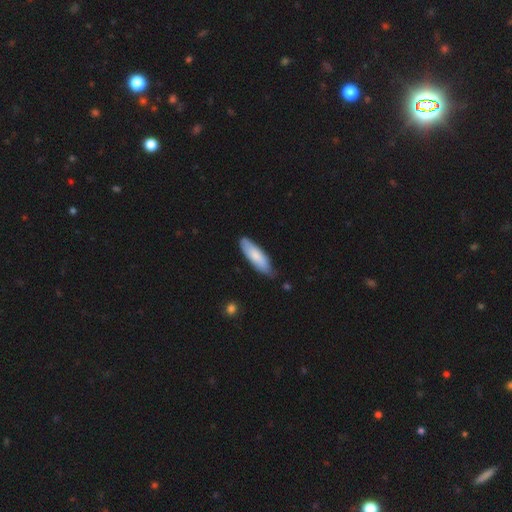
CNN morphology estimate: Smooth or featured? smooth (77%)
How rounded? in between (49%, tied with cigar-shaped)
Merging? none (74%)